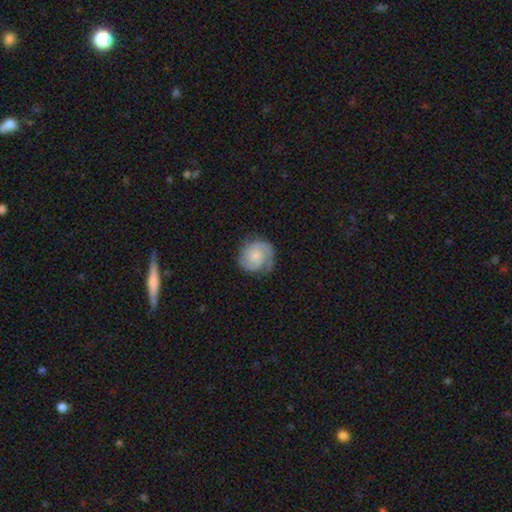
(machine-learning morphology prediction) Smooth or featured?
  - featured or disk: 74% *
  - smooth: 20%
  - star or artifact: 6%
Edge-on disk?
  - no: 98% *
  - yes: 2%
Bar?
  - no: 71% *
  - weak: 25%
  - strong: 3%
Spiral arms?
  - yes: 96% *
  - no: 4%
Spiral winding?
  - tight: 58% *
  - medium: 34%
  - loose: 8%
Spiral arm count?
  - 2: 52% *
  - 3: 21%
  - can't tell: 15%
  - 1: 6%
  - 4: 4%
  - more than 4: 3%
Bulge size?
  - small: 42% *
  - moderate: 32%
  - none: 18%
  - large: 7%
  - dominant: 2%
Merging?
  - none: 75% *
  - minor disturbance: 17%
  - major disturbance: 6%
  - merger: 1%